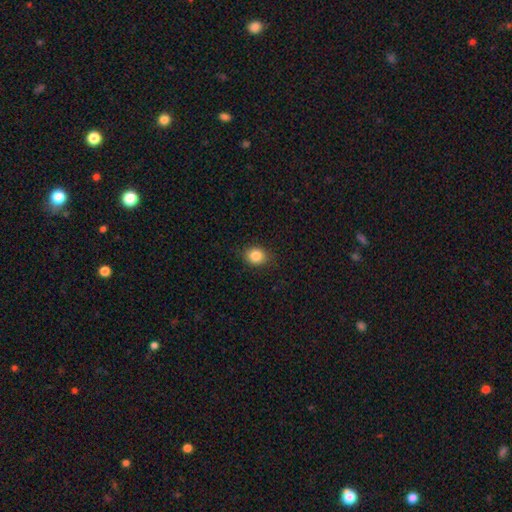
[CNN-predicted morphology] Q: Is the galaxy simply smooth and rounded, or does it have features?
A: smooth — 86%.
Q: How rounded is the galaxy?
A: round — 58%.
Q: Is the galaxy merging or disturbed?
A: none — 86%.